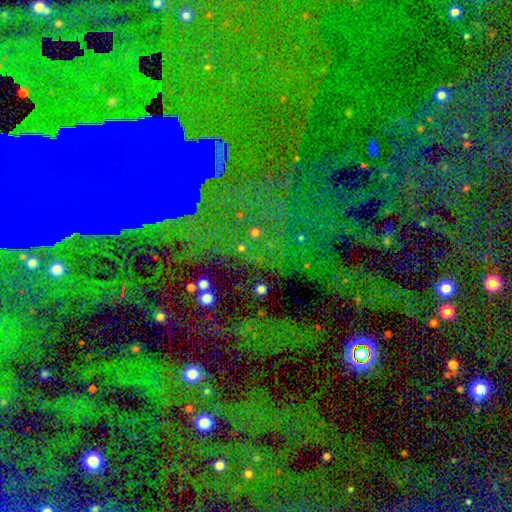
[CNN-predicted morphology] Smooth or featured? Predicted: star or artifact (p=0.75).